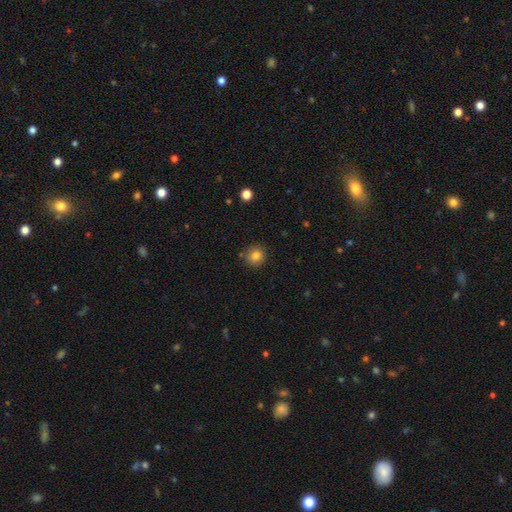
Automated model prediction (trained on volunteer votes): Smooth or featured?
  - smooth: 83% *
  - star or artifact: 10%
  - featured or disk: 7%
How rounded?
  - round: 91% *
  - in between: 8%
  - cigar-shaped: 1%
Merging?
  - none: 85% *
  - minor disturbance: 10%
  - major disturbance: 2%
  - merger: 2%